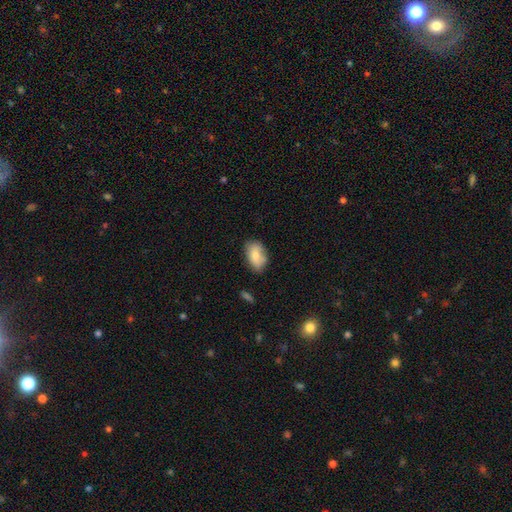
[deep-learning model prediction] Smooth or featured? smooth (80%)
How rounded? in between (91%)
Merging? none (71%)